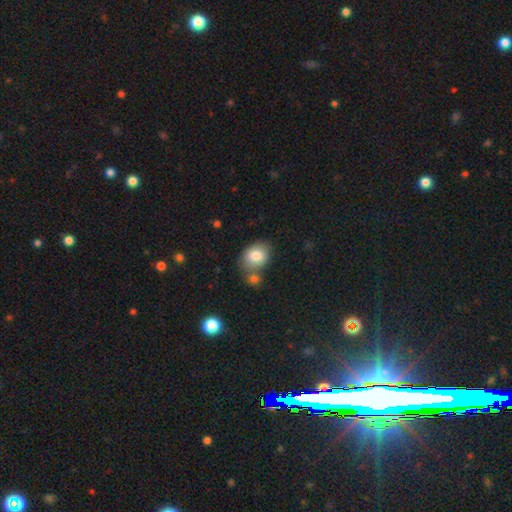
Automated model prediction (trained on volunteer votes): A smooth galaxy with no disk features (81%) that is in between round and cigar-shaped (61%).

Vote fractions:
- Smooth or featured? smooth: 81% / featured or disk: 11% / star or artifact: 8%
- How rounded? in between: 61% / round: 39% / cigar-shaped: 1%
- Merging? none: 57% / merger: 24% / minor disturbance: 15% / major disturbance: 4%